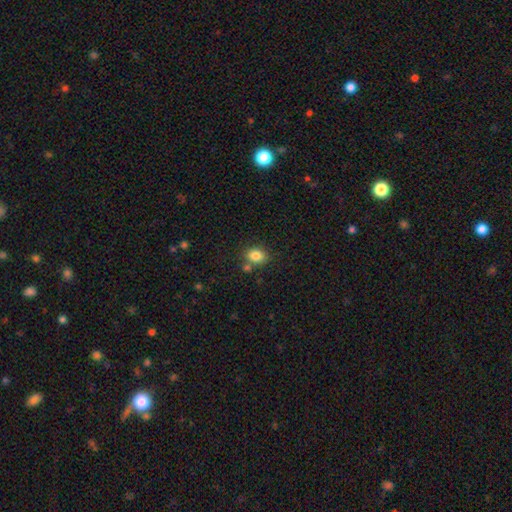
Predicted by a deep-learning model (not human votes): A smooth galaxy with no disk features (83%) that is in between round and cigar-shaped (63%). Merging: none (69%).